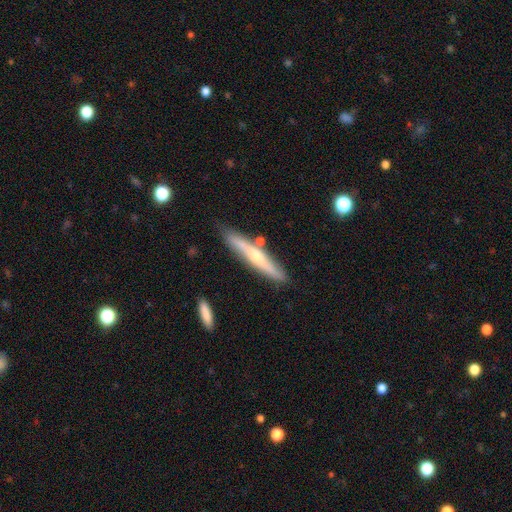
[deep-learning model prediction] Morphology: type=featured or disk (54%); edge-on=yes (89%); merging=none (79%).